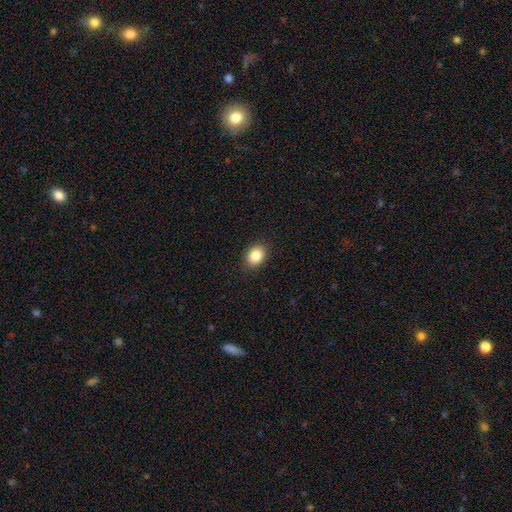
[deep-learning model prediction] smooth-or-featured: smooth: 85% | star or artifact: 9% | featured or disk: 6%
  how-rounded: in between: 56% | round: 43% | cigar-shaped: 1%
  merging: none: 90% | minor disturbance: 7% | major disturbance: 2% | merger: 1%